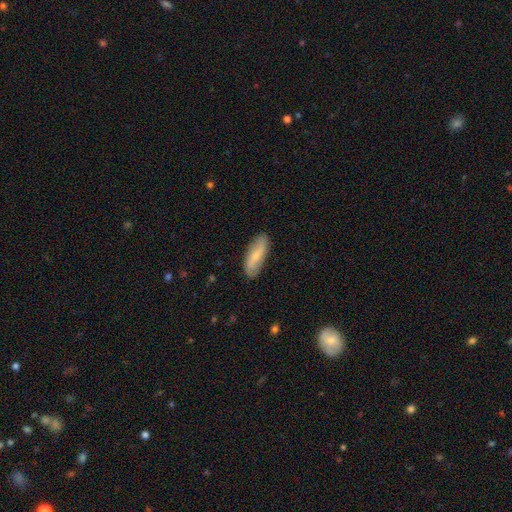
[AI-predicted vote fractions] Smooth or featured?
  - smooth: 57% *
  - featured or disk: 37%
  - star or artifact: 6%
How rounded?
  - in between: 61% *
  - cigar-shaped: 36%
  - round: 3%
Merging?
  - none: 84% *
  - minor disturbance: 12%
  - major disturbance: 2%
  - merger: 1%